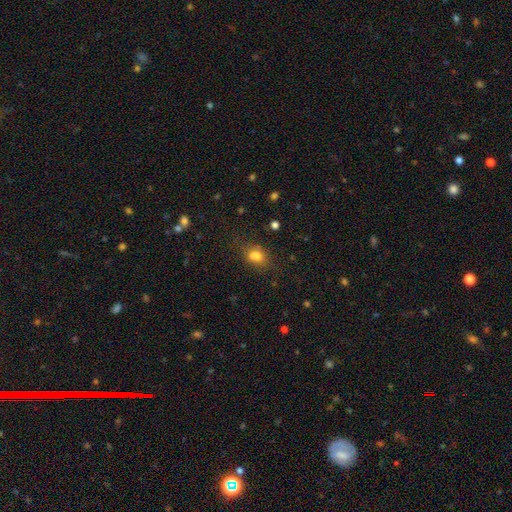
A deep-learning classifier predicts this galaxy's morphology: smooth-or-featured: smooth: 79% | star or artifact: 13% | featured or disk: 8%
  how-rounded: in between: 67% | round: 31% | cigar-shaped: 2%
  merging: none: 67% | minor disturbance: 19% | major disturbance: 8% | merger: 6%